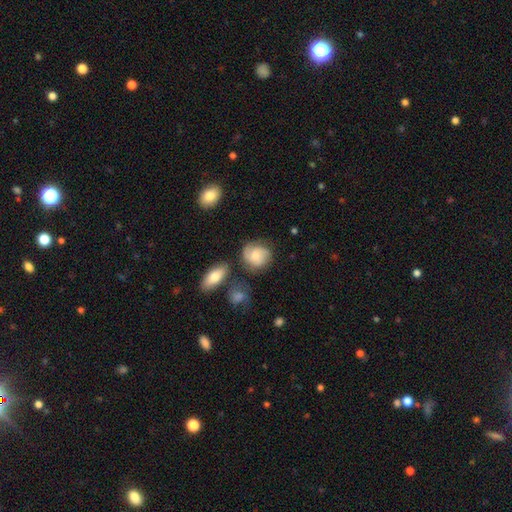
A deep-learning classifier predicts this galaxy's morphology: This appears to be a smooth galaxy with no disk features (47%). Merging: none (67%).